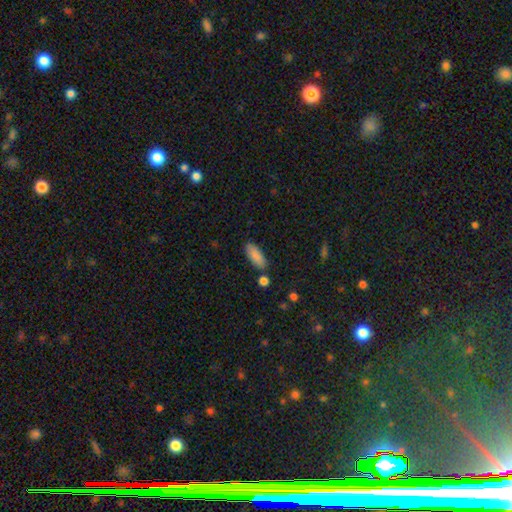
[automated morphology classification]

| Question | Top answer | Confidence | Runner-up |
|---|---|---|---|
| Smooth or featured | smooth | 87% | star or artifact (7%) |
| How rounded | in between | 76% | cigar-shaped (22%) |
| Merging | none | 80% | minor disturbance (12%) |